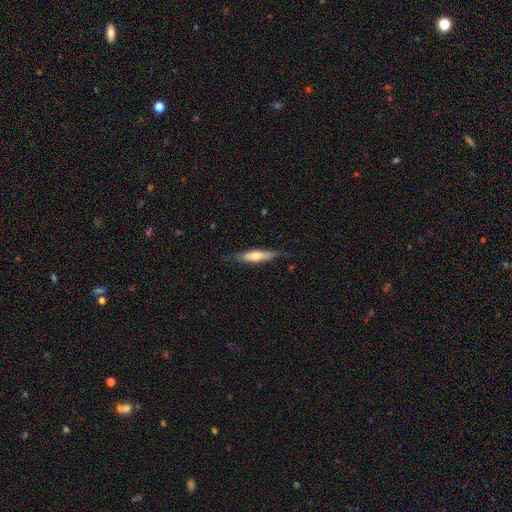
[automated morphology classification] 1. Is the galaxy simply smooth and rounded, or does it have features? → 56% smooth, 38% featured or disk, 6% star or artifact.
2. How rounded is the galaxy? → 70% cigar-shaped, 28% in between, 2% round.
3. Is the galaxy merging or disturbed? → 74% none, 20% minor disturbance, 5% major disturbance, 1% merger.